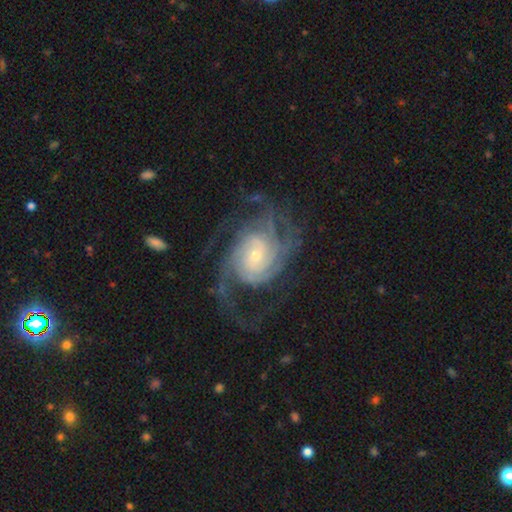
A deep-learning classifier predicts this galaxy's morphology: Q: Smooth or featured?
A: featured or disk (91%); runner-up: smooth (5%)
Q: Edge-on disk?
A: no (97%); runner-up: yes (3%)
Q: Bar?
A: no (66%); runner-up: weak (26%)
Q: Spiral arms?
A: yes (98%); runner-up: no (2%)
Q: Spiral winding?
A: tight (53%); runner-up: medium (36%)
Q: Spiral arm count?
A: 3 (23%); runner-up: 4 (21%)
Q: Bulge size?
A: small (64%); runner-up: moderate (29%)
Q: Merging?
A: none (62%); runner-up: major disturbance (21%)